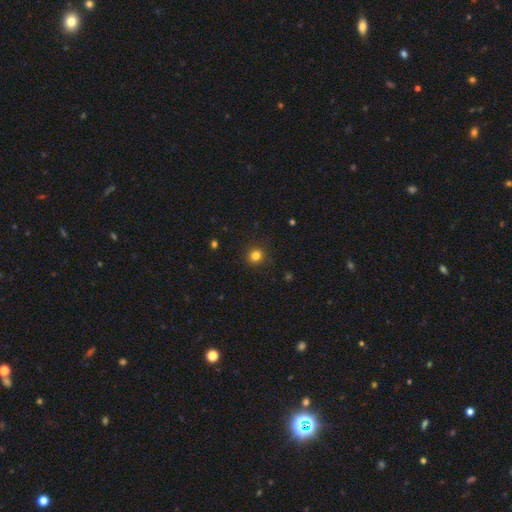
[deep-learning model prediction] smooth 82%, star or artifact 13%, featured or disk 5%. Down the decision tree: how rounded — round (89%); merging — none (90%).